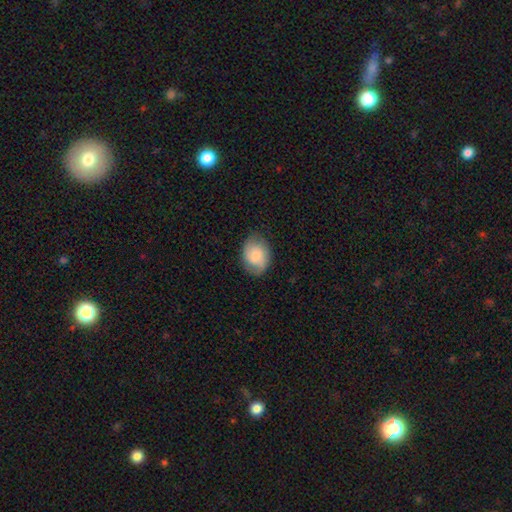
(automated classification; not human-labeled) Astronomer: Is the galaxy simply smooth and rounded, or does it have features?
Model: smooth — 64%.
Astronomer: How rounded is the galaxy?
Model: in between — 66%.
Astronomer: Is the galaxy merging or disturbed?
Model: none — 74%.